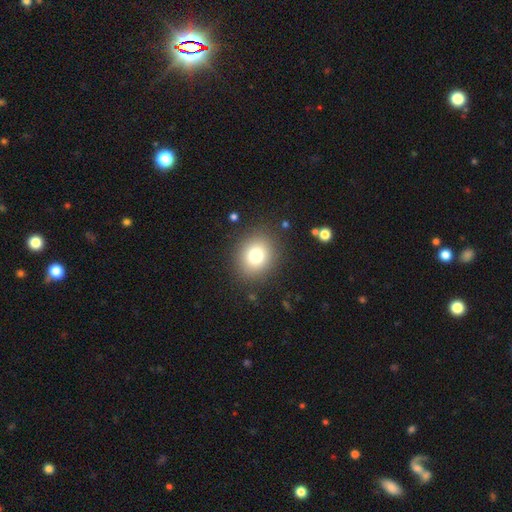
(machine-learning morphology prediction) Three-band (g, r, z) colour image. It shows a smooth galaxy with no disk features (76%) that is round (70%). Merging: none (87%).